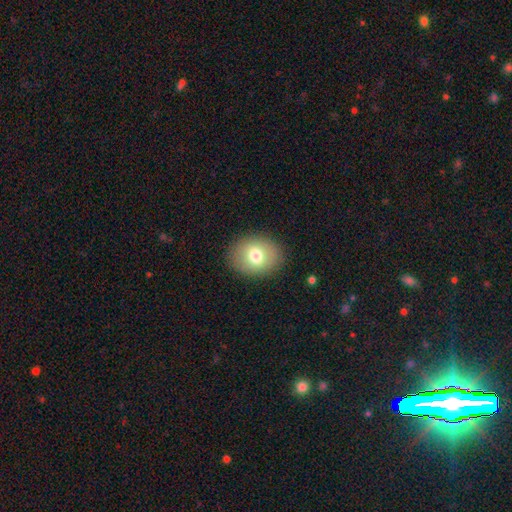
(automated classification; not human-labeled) This appears to be a smooth galaxy with no disk features (73%) that is in between round and cigar-shaped (52%). Merging: none (88%).